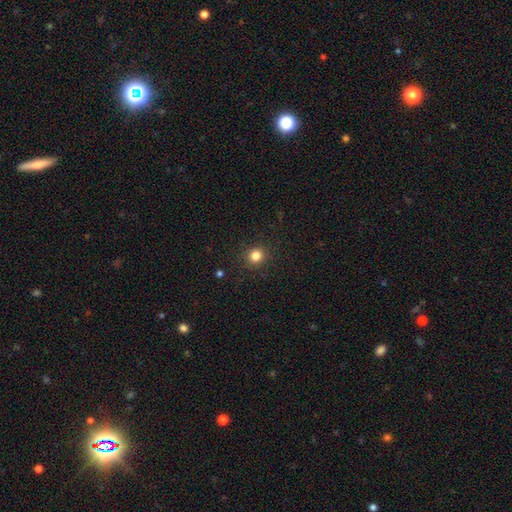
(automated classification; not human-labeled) Smooth or featured? smooth (82%)
How rounded? round (92%)
Merging? none (91%)